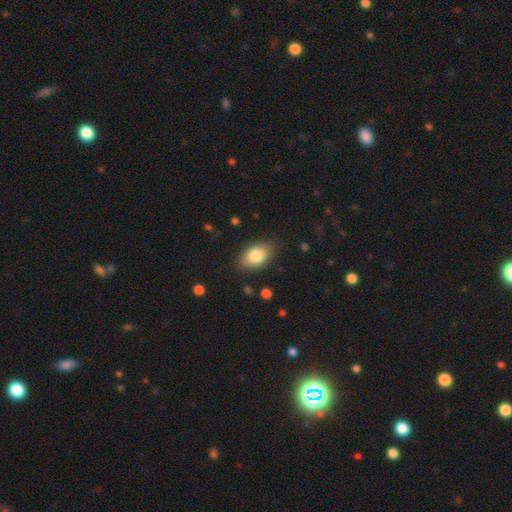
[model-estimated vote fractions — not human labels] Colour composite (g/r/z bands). It shows a smooth galaxy with no disk features (82%) that is in between round and cigar-shaped (90%). Merging: none (84%).